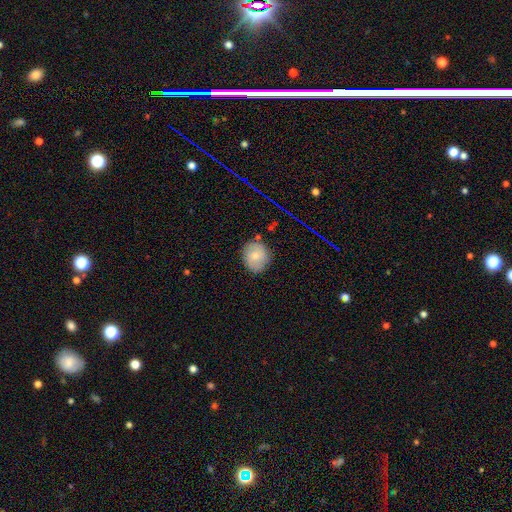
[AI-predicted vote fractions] A smooth galaxy with no disk features (65%) that is round (70%). Merging: none (81%).